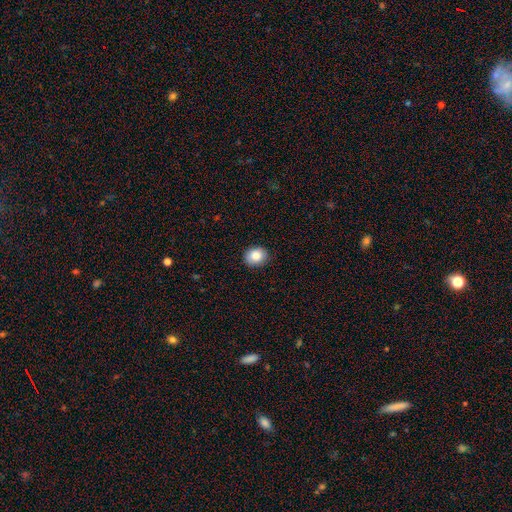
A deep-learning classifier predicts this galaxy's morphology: Smooth or featured: smooth — 85% (star or artifact — 8%)
How rounded: round — 60% (in between — 39%)
Merging: none — 88% (minor disturbance — 9%)